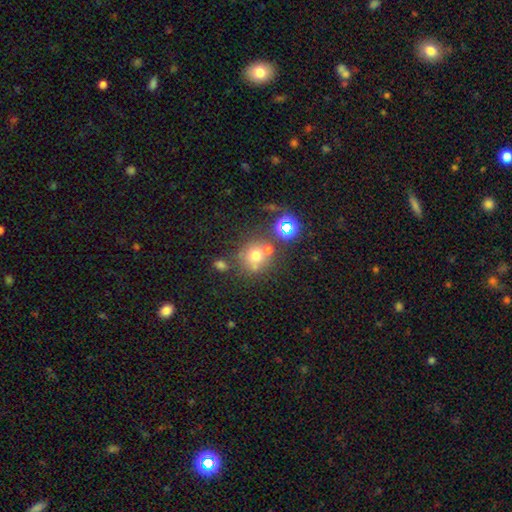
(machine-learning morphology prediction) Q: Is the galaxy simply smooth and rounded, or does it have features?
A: smooth — 63%.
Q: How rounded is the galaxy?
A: round — 87%.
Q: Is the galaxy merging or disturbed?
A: none — 57%.